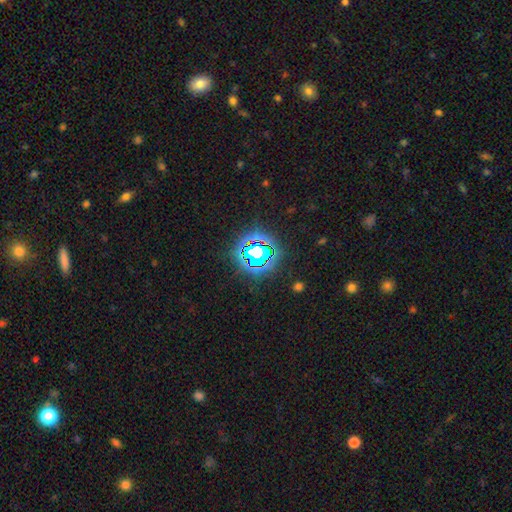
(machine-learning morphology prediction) A star or artifact, not a galaxy (71%).

Vote fractions:
- Smooth or featured? star or artifact: 71% / smooth: 17% / featured or disk: 11%